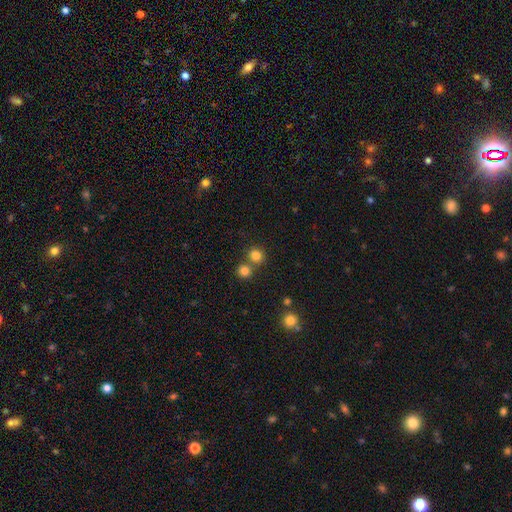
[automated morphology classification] smooth-or-featured: smooth: 81% | star or artifact: 13% | featured or disk: 5%
  how-rounded: round: 87% | in between: 12% | cigar-shaped: 1%
  merging: none: 64% | merger: 26% | minor disturbance: 7% | major disturbance: 3%